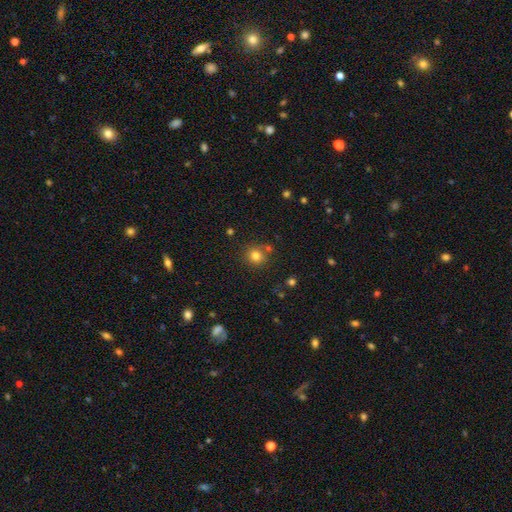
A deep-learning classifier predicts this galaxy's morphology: Smooth or featured?
  - smooth: 80% *
  - star or artifact: 14%
  - featured or disk: 7%
How rounded?
  - round: 89% *
  - in between: 10%
  - cigar-shaped: 1%
Merging?
  - none: 76% *
  - minor disturbance: 10%
  - merger: 10%
  - major disturbance: 3%